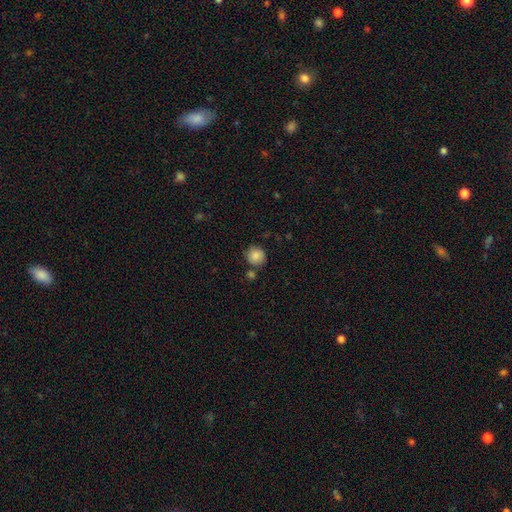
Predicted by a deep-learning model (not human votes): Morphology: type=smooth (86%); roundness=round (90%); merging=none (77%).